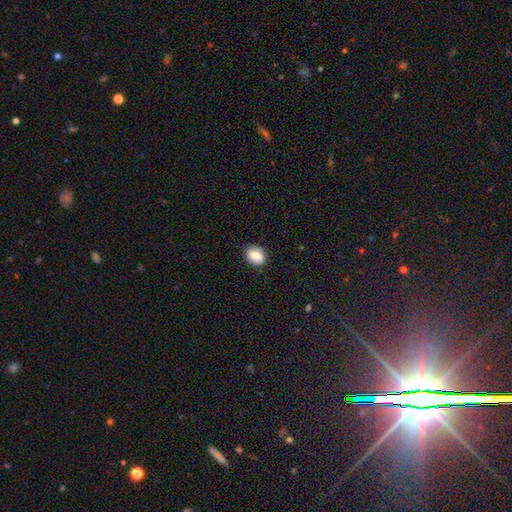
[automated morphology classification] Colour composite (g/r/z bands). It shows a smooth galaxy with no disk features (83%) that is in between round and cigar-shaped (52%). Merging: none (83%).